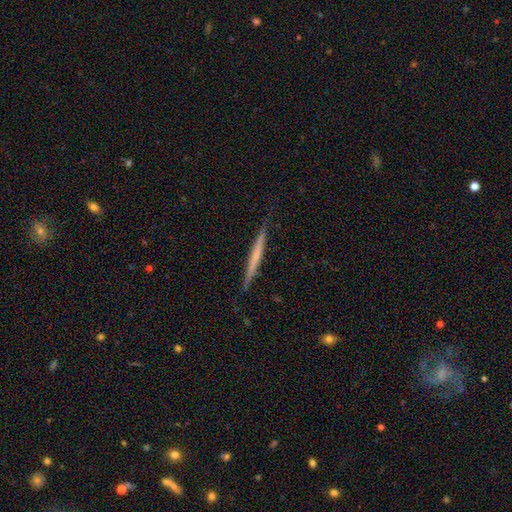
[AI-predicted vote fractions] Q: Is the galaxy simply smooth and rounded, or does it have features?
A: featured or disk — 51%.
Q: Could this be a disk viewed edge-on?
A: yes — 97%.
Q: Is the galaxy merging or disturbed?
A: none — 87%.